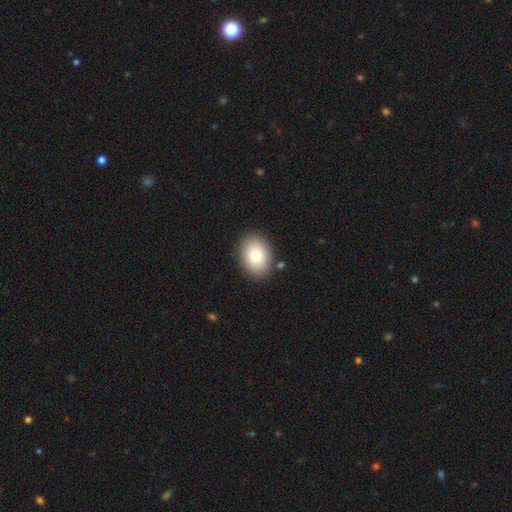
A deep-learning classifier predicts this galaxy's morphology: type=smooth (81%); roundness=in between (71%); merging=none (87%).